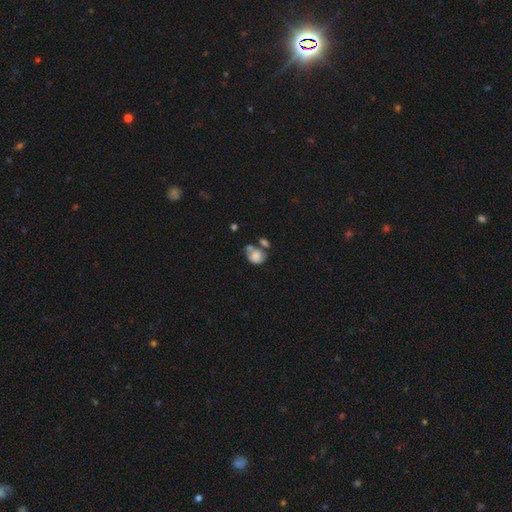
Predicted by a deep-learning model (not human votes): This appears to be a smooth galaxy with no disk features (70%) that is round (50%). Merging: merger (40%).